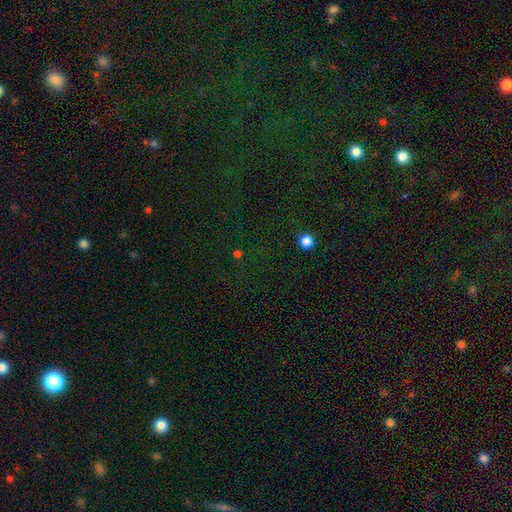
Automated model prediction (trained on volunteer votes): Smooth or featured? star or artifact (72%)